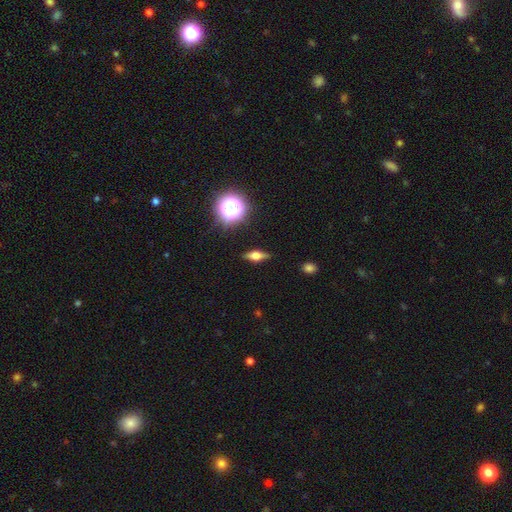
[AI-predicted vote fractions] Smooth or featured? featured or disk (51%)
Edge-on disk? yes (92%)
Merging? none (87%)